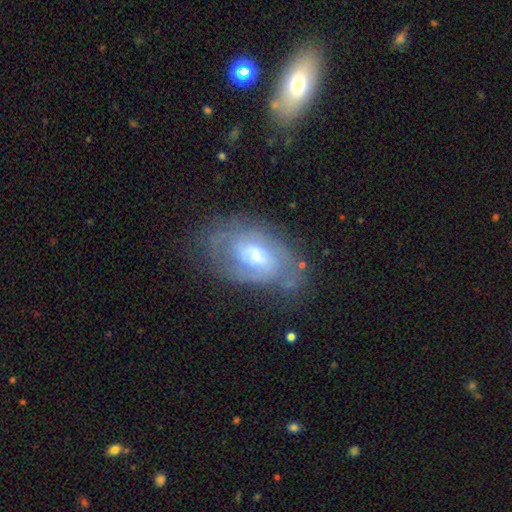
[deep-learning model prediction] Overall: featured or disk (74%). Edge-on disk: no (95%). Bar: no (48%; weak 43%). Spiral arms: yes (82%). Spiral arm count: can't tell (41%; 2 37%). Spiral winding: tight (53%; medium 35%). Bulge size: small (52%; moderate 39%). Merging: none (63%).